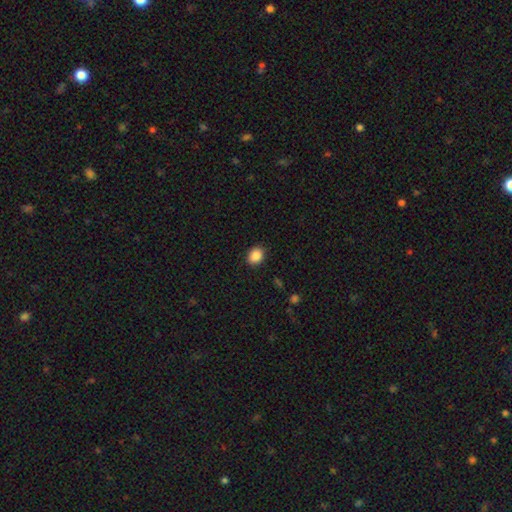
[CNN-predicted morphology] smooth-or-featured: smooth: 88% | star or artifact: 9% | featured or disk: 3%
  how-rounded: round: 55% | in between: 45% | cigar-shaped: 1%
  merging: none: 90% | minor disturbance: 7% | major disturbance: 2% | merger: 1%